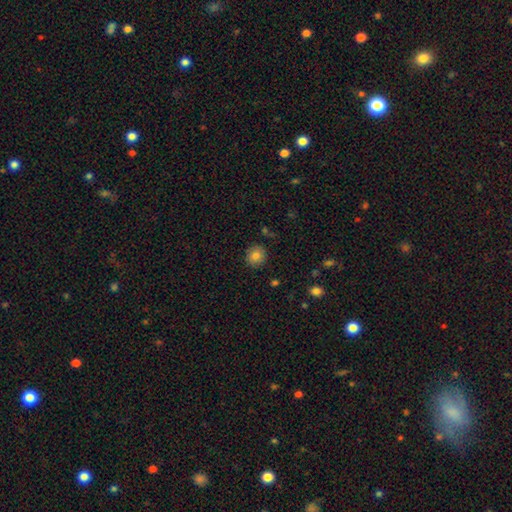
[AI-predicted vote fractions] A smooth galaxy with no disk features (83%) that is round (89%). Merging: none (88%).